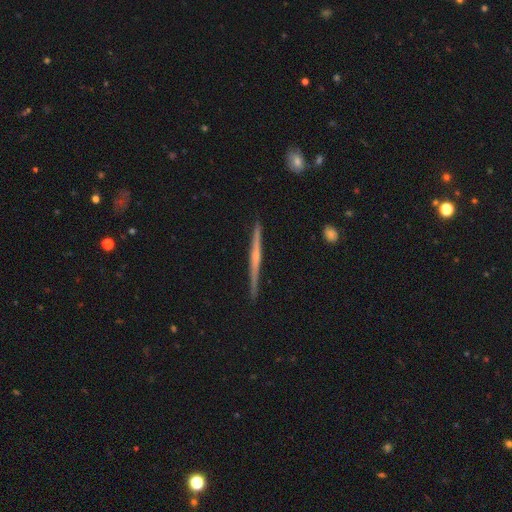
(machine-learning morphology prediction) A featured or disk galaxy (72%) viewed edge-on (98%) with no central bulge (53%).

Vote fractions:
- Smooth or featured? featured or disk: 72% / smooth: 22% / star or artifact: 6%
- Edge-on disk? yes: 98% / no: 2%
- Edge-on bulge? none: 53% / rounded: 37% / boxy: 10%
- Merging? none: 91% / minor disturbance: 7% / major disturbance: 1% / merger: 1%